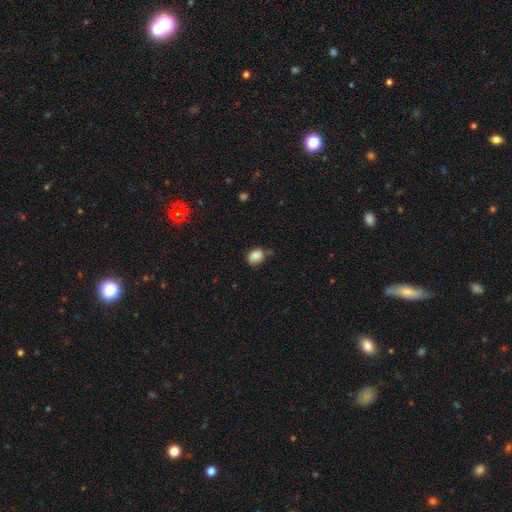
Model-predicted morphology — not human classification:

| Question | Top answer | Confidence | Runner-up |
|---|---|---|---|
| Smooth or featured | smooth | 85% | star or artifact (9%) |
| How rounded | in between | 51% | round (48%) |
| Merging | none | 56% | minor disturbance (30%) |